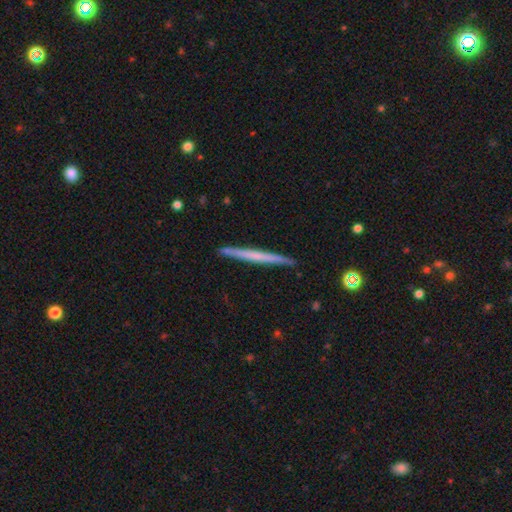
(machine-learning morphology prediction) A featured or disk galaxy (50%).

Vote fractions:
- Smooth or featured? featured or disk: 50% / smooth: 45% / star or artifact: 5%
- Merging? none: 91% / minor disturbance: 7% / merger: 1% / major disturbance: 1%